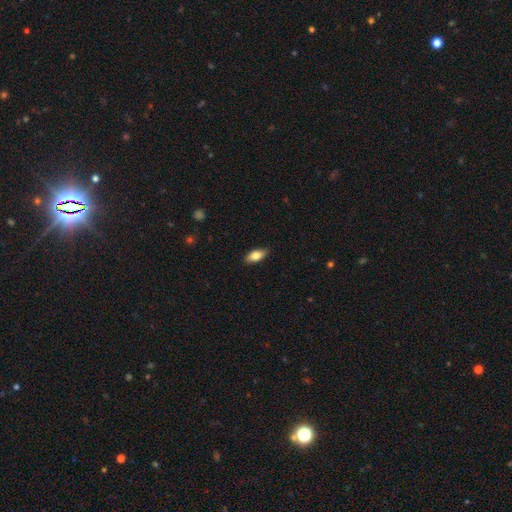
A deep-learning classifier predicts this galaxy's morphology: smooth 81%, featured or disk 13%, star or artifact 7%. Down the decision tree: how rounded — in between (87%); merging — none (88%).